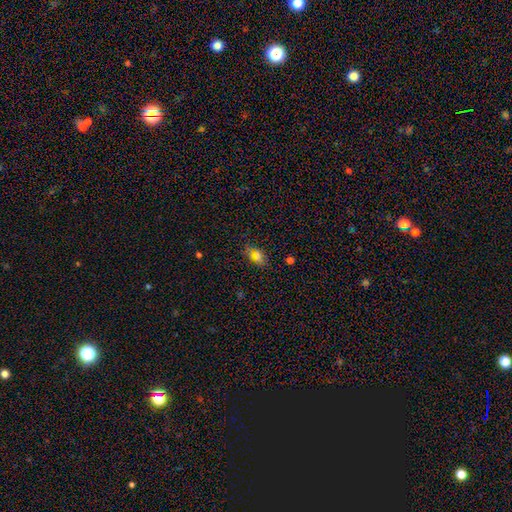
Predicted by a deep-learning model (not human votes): smooth 67%, star or artifact 21%, featured or disk 12%. Down the decision tree: how rounded — in between (84%); merging — none (79%).